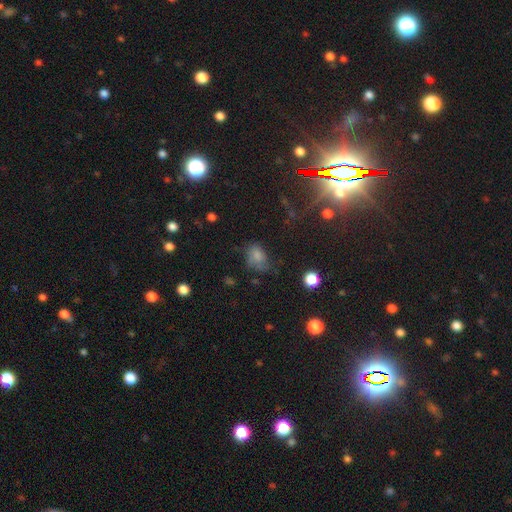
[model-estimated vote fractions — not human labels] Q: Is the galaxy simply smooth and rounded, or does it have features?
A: smooth — 64%.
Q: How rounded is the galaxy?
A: in between — 72%.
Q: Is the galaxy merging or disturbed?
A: none — 44%.